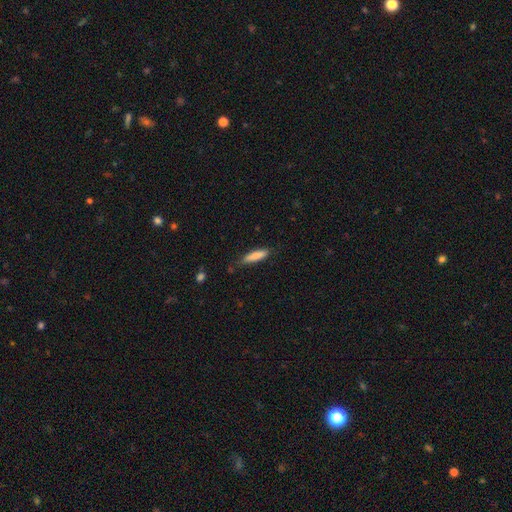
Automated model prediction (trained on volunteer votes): The model was most divided on "how rounded": cigar-shaped: 74%, in between: 25%, round: 1%. More confident: smooth or featured — smooth (84%); merging — none (76%).